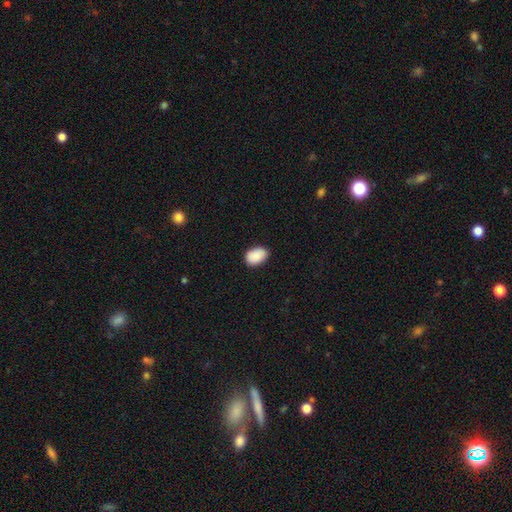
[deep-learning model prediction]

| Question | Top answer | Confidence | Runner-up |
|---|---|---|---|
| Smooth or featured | smooth | 90% | star or artifact (7%) |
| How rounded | in between | 86% | round (13%) |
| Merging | none | 81% | minor disturbance (15%) |